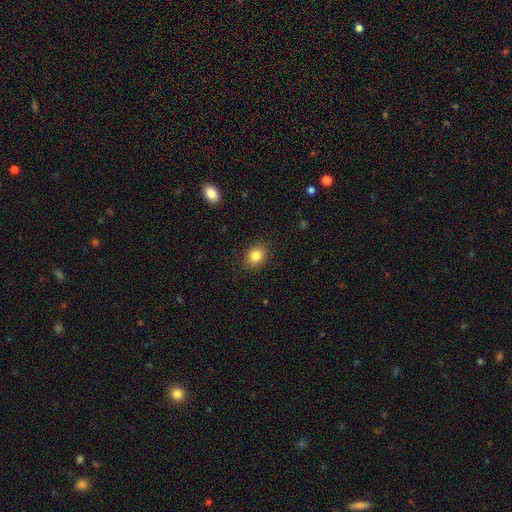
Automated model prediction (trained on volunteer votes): smooth_or_featured: smooth (p=0.84) [alt: star or artifact p=0.10]
how_rounded: round (p=0.58) [alt: in between p=0.41]
merging: none (p=0.86) [alt: minor disturbance p=0.10]